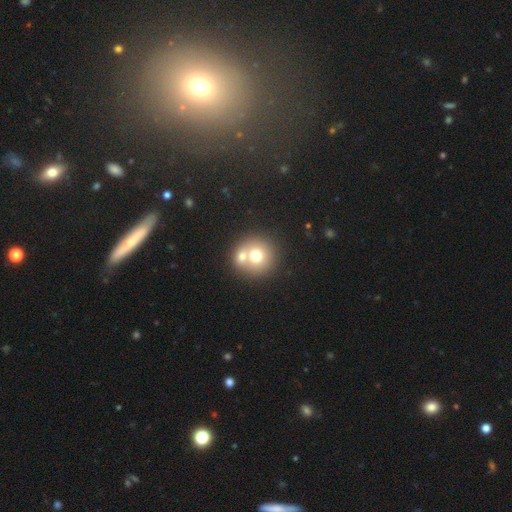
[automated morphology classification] Q: Smooth or featured?
A: smooth (68%); runner-up: featured or disk (21%)
Q: How rounded?
A: round (89%); runner-up: in between (10%)
Q: Merging?
A: merger (51%); runner-up: none (40%)